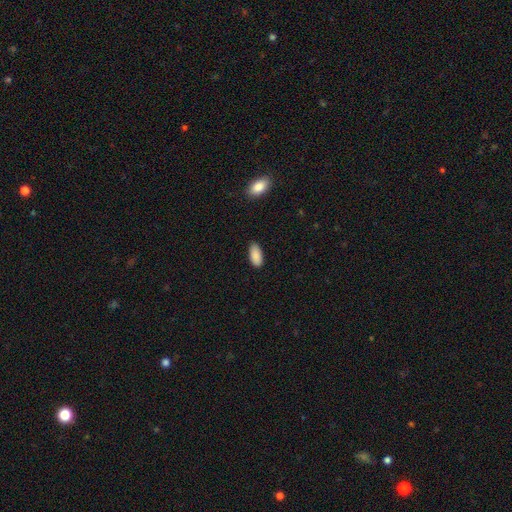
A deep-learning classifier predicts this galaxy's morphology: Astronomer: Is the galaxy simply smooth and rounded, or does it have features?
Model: smooth — 89%.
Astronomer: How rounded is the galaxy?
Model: in between — 92%.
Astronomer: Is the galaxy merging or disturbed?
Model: none — 87%.